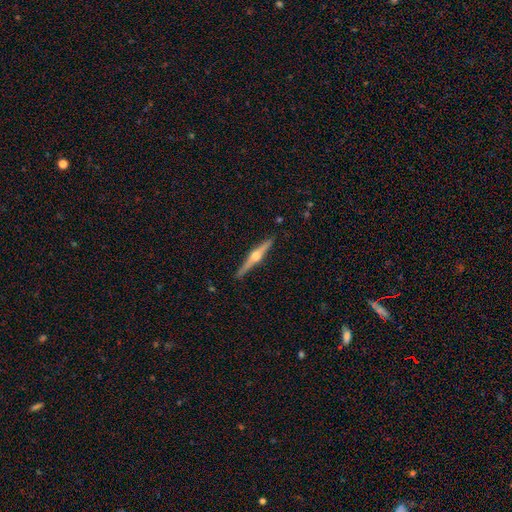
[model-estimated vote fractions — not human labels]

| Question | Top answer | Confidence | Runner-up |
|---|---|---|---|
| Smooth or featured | featured or disk | 82% | smooth (13%) |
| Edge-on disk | yes | 99% | no (1%) |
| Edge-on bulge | rounded | 95% | boxy (3%) |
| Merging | none | 91% | minor disturbance (6%) |